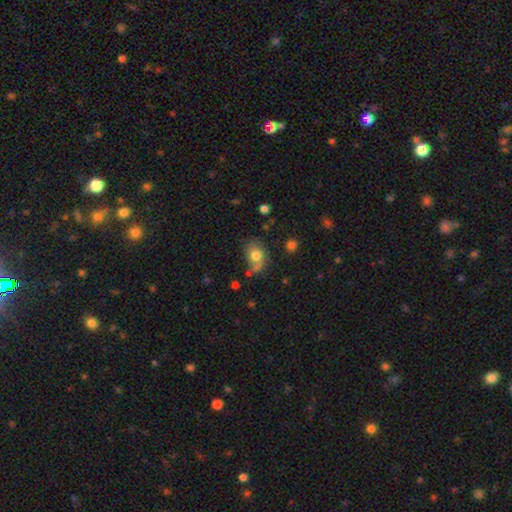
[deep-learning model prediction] Smooth or featured? smooth (76%)
How rounded? in between (62%)
Merging? none (55%)